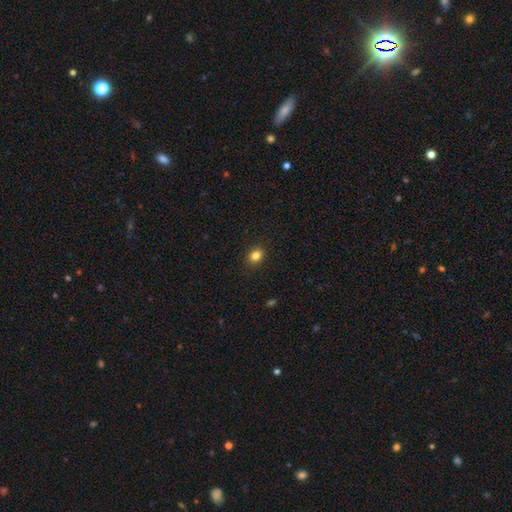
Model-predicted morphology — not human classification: Overall: smooth (83%). How rounded: round (50%; in between 49%). Merging: none (89%).